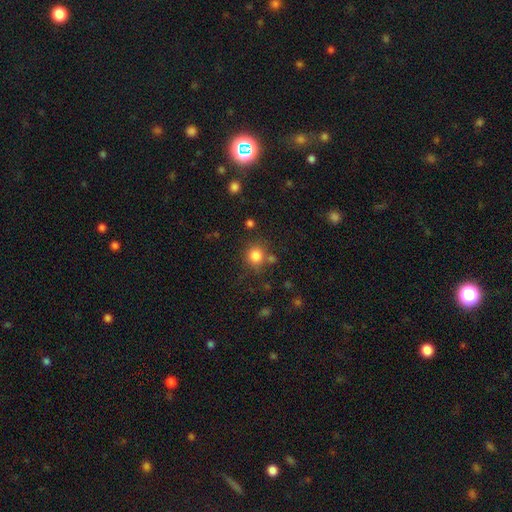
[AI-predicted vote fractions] A smooth galaxy with no disk features (82%) that is round (87%). Merging: none (73%).